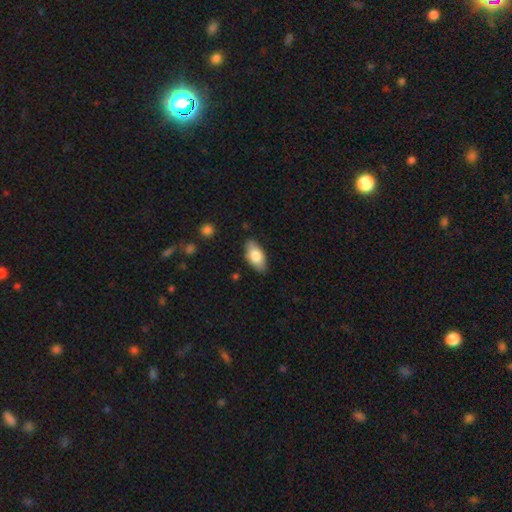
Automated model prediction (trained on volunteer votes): smooth 76%, featured or disk 18%, star or artifact 6%. Down the decision tree: how rounded — in between (90%); merging — none (84%).